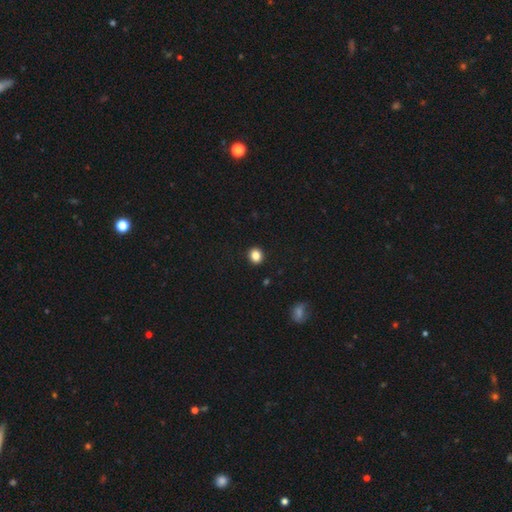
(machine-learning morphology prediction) A smooth galaxy with no disk features (85%) that is round (78%).

Vote fractions:
- Smooth or featured? smooth: 85% / star or artifact: 11% / featured or disk: 4%
- How rounded? round: 78% / in between: 21% / cigar-shaped: 1%
- Merging? none: 92% / minor disturbance: 5% / major disturbance: 2% / merger: 1%